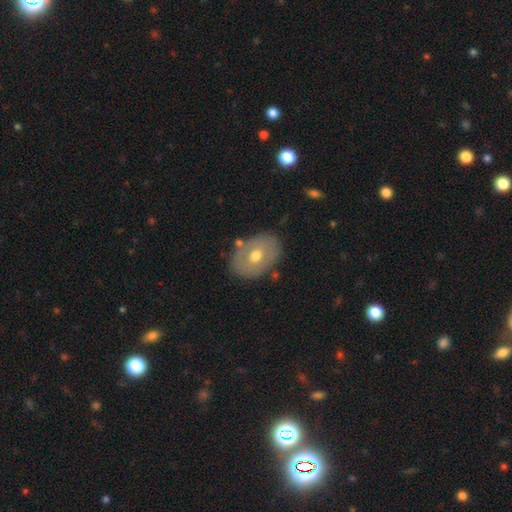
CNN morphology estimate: Smooth or featured? smooth (48%)
Merging? none (81%)